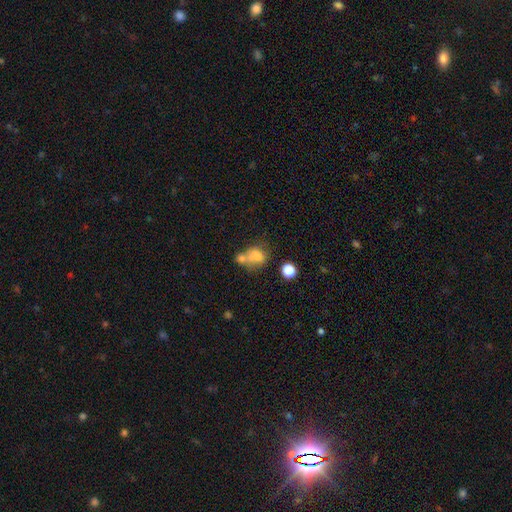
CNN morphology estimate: smooth-or-featured: smooth: 72% | featured or disk: 16% | star or artifact: 12%
  how-rounded: round: 55% | in between: 44% | cigar-shaped: 1%
  merging: merger: 50% | none: 30% | minor disturbance: 12% | major disturbance: 8%